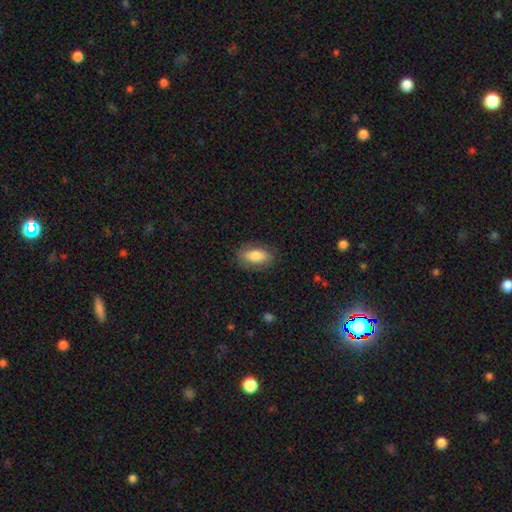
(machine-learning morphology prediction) smooth-or-featured: smooth: 78% | featured or disk: 16% | star or artifact: 7%
  how-rounded: in between: 88% | cigar-shaped: 7% | round: 5%
  merging: none: 84% | minor disturbance: 12% | major disturbance: 4% | merger: 1%